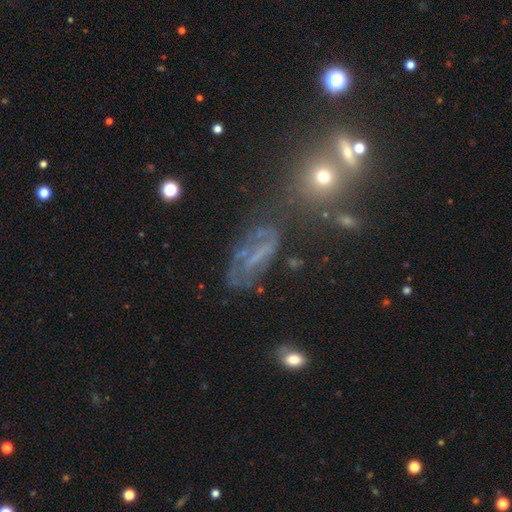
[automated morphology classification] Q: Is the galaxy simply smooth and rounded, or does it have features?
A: featured or disk — 58%.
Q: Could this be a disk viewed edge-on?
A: no — 90%.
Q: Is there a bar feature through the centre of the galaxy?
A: no — 39%.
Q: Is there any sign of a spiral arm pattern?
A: yes — 71%.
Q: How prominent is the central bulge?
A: none — 43%.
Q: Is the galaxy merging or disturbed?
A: none — 55%.